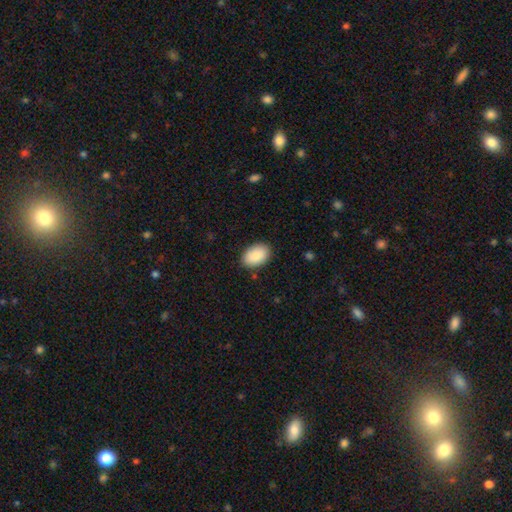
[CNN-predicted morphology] Overall: smooth (89%). How rounded: in between (91%). Merging: none (87%).